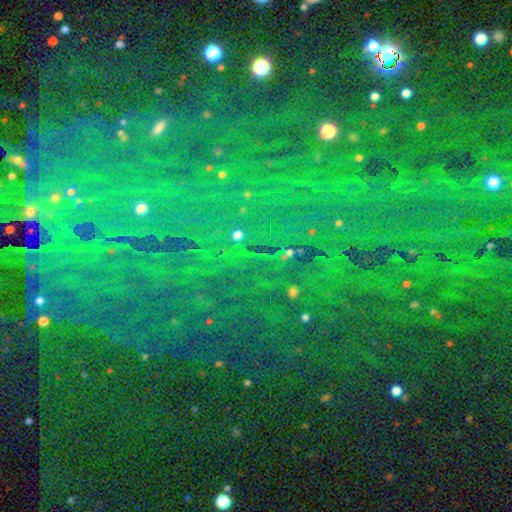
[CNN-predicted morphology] star or artifact 80%, smooth 11%, featured or disk 10%.